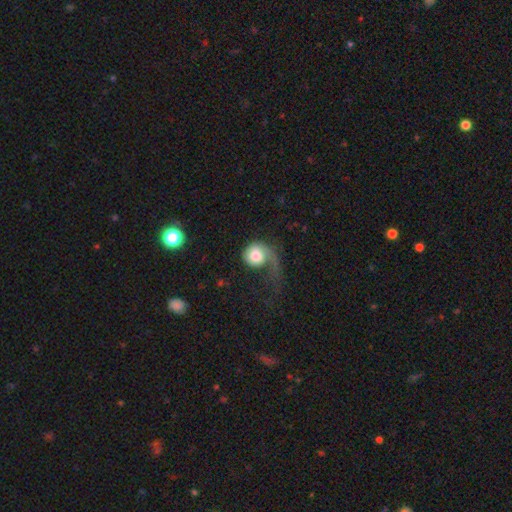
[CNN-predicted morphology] smooth_or_featured: smooth (p=0.56) [alt: featured or disk p=0.37]
how_rounded: round (p=0.81) [alt: in between p=0.18]
merging: major disturbance (p=0.57) [alt: none p=0.24]